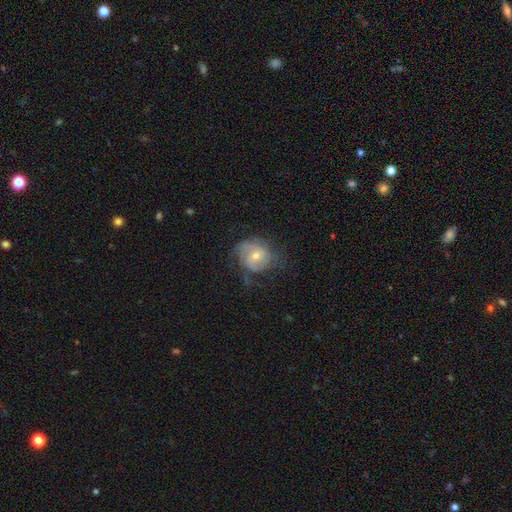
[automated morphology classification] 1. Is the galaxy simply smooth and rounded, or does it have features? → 73% featured or disk, 19% smooth, 8% star or artifact.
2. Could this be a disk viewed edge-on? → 97% no, 3% yes.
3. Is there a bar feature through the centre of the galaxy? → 63% no, 32% weak, 6% strong.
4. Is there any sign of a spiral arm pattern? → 91% yes, 9% no.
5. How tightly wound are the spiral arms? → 52% tight, 35% medium, 13% loose.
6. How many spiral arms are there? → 32% 2, 31% can't tell, 20% 3, 7% 1, 5% 4, 4% more than 4.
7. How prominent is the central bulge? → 48% moderate (tied), 48% small (tied), 2% large, 1% none, 1% dominant.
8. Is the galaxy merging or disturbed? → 59% none, 24% minor disturbance, 16% major disturbance, 1% merger.